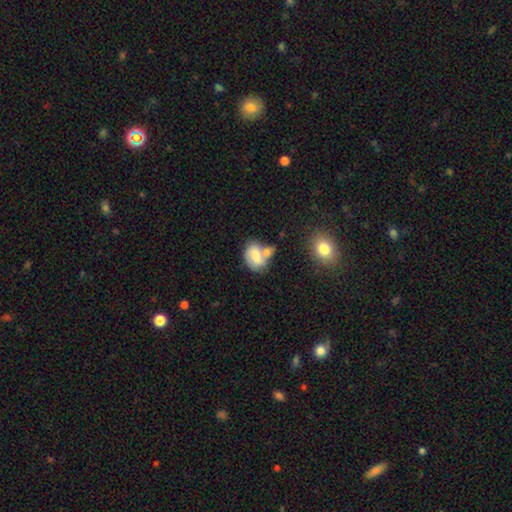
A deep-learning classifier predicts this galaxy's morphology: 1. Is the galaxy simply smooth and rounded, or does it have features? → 70% smooth, 22% featured or disk, 8% star or artifact.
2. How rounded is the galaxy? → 74% in between, 24% round, 2% cigar-shaped.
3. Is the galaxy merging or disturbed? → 48% merger, 29% none, 16% minor disturbance, 8% major disturbance.